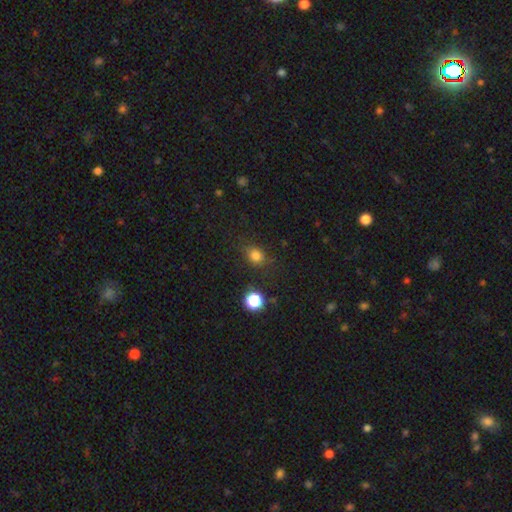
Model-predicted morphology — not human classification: Overall: smooth (77%). How rounded: round (62%; in between 36%). Merging: none (79%).